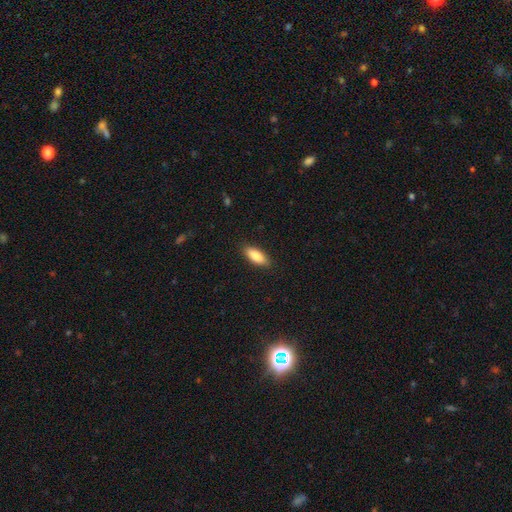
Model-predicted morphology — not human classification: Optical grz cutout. It shows a smooth galaxy with no disk features (85%) that is in between round and cigar-shaped (76%). Merging: none (88%).